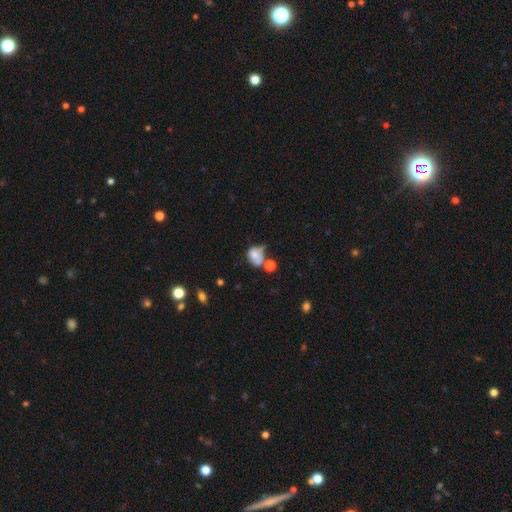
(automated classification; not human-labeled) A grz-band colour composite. It shows a smooth galaxy with no disk features (70%) that is in between round and cigar-shaped (55%). Merging: merger (31%).